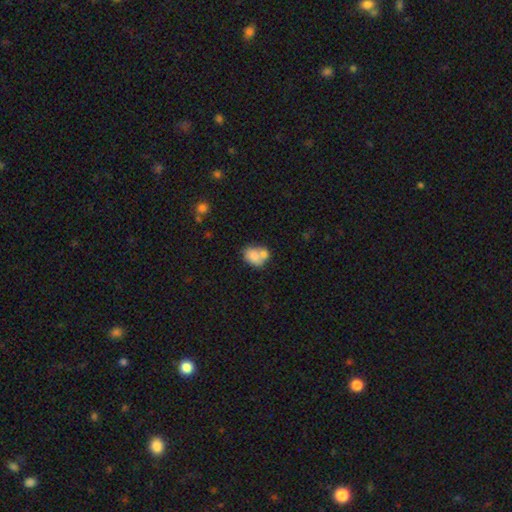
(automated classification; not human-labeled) Smooth or featured: smooth — 77% (featured or disk — 14%)
How rounded: in between — 65% (round — 33%)
Merging: merger — 50% (none — 32%)